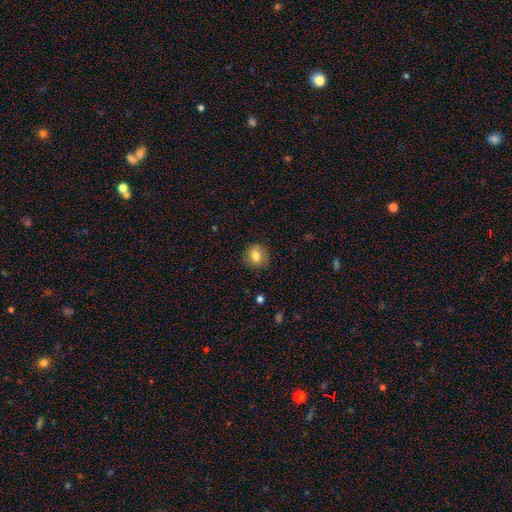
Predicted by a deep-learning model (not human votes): Overall: smooth (79%). How rounded: round (78%). Merging: none (80%).